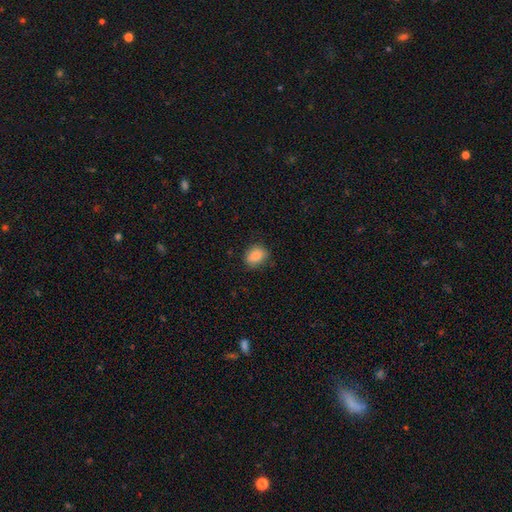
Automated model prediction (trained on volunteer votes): Morphology: type=smooth (88%); roundness=in between (63%); merging=none (80%).